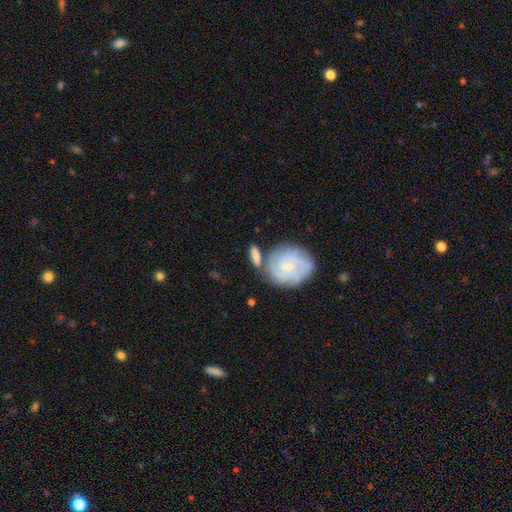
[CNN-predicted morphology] A smooth galaxy with no disk features (47%).

Vote fractions:
- Smooth or featured? smooth: 47% / featured or disk: 46% / star or artifact: 7%
- Merging? none: 58% / merger: 20% / minor disturbance: 16% / major disturbance: 6%